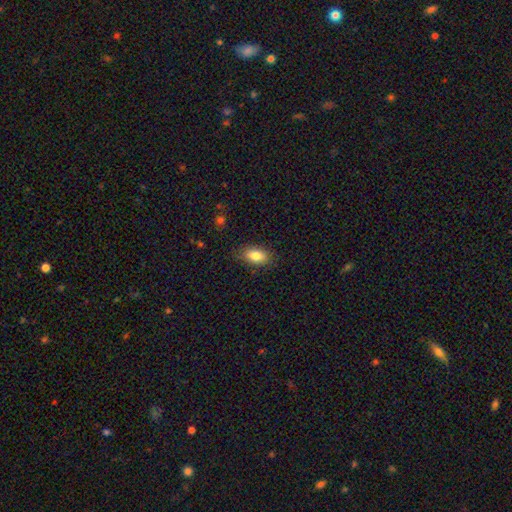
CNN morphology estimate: smooth_or_featured: smooth (p=0.82) [alt: featured or disk p=0.10]
how_rounded: in between (p=0.88) [alt: round p=0.08]
merging: none (p=0.84) [alt: minor disturbance p=0.12]